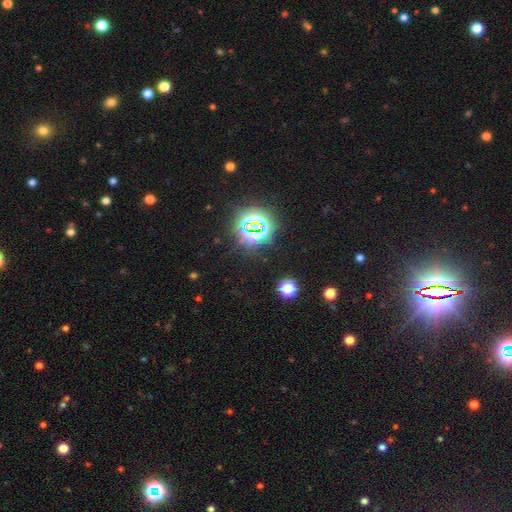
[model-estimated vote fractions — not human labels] A star or artifact, not a galaxy (80%).